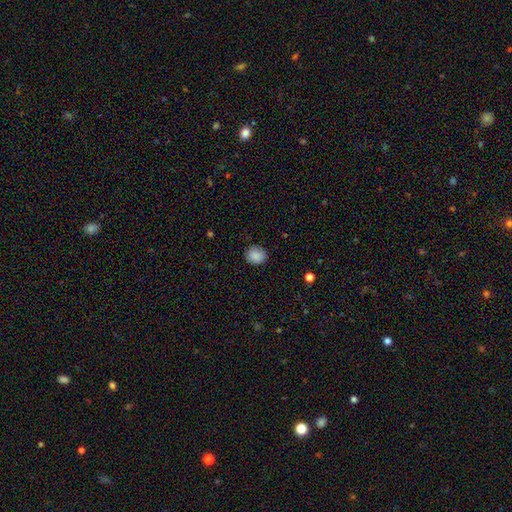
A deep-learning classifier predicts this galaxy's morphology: Overall: smooth (88%). How rounded: round (81%). Merging: none (85%).